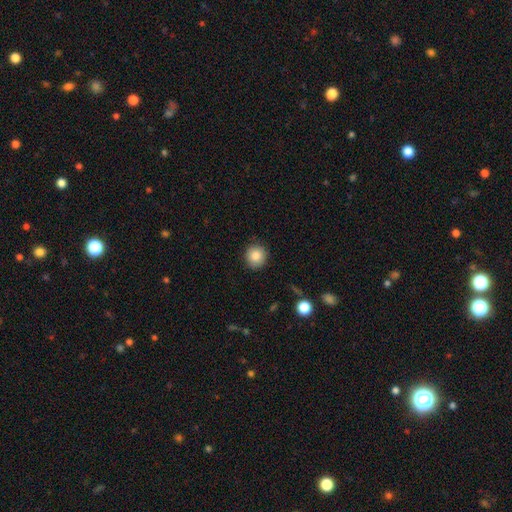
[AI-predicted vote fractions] A smooth galaxy with no disk features (86%) that is round (91%).

Vote fractions:
- Smooth or featured? smooth: 86% / star or artifact: 9% / featured or disk: 5%
- How rounded? round: 91% / in between: 8% / cigar-shaped: 1%
- Merging? none: 88% / minor disturbance: 9% / major disturbance: 2% / merger: 1%